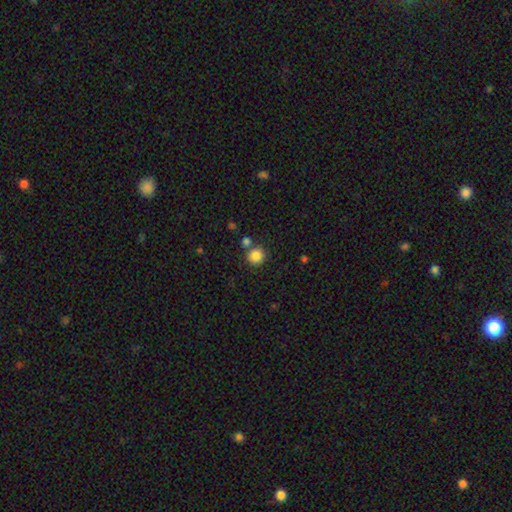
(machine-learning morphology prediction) Q: Smooth or featured?
A: smooth (85%); runner-up: star or artifact (10%)
Q: How rounded?
A: round (92%); runner-up: in between (7%)
Q: Merging?
A: none (76%); runner-up: merger (13%)